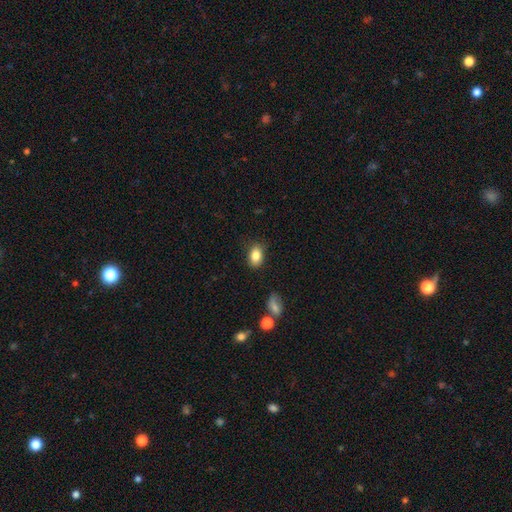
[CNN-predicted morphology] type=smooth (84%); roundness=in between (82%); merging=none (82%).